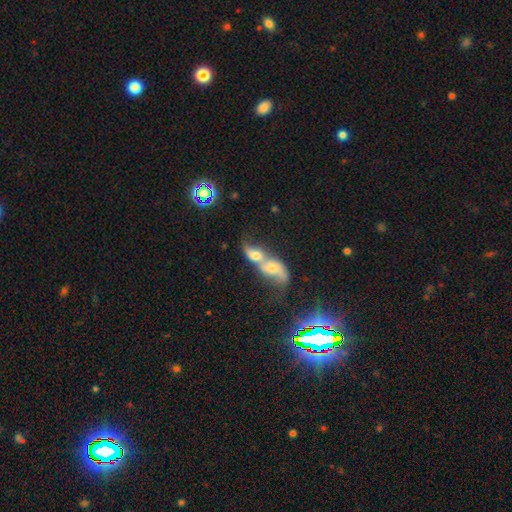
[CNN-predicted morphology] Smooth or featured? Predicted: smooth (p=0.51). How rounded? Predicted: in between (p=0.74). Merging? Predicted: merger (p=0.84).